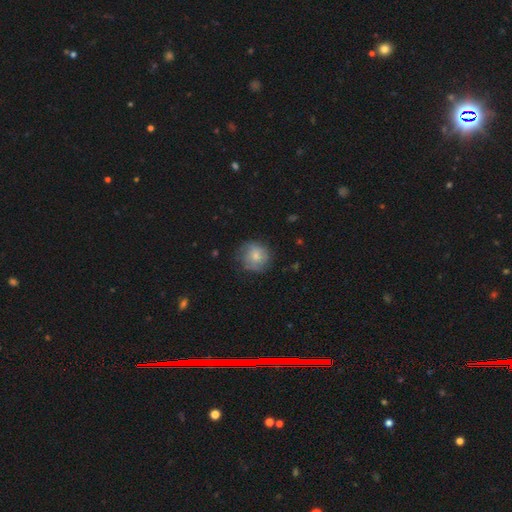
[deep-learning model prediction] The model was most divided on "smooth or featured": smooth: 69%, featured or disk: 23%, star or artifact: 8%. More confident: how rounded — round (89%); merging — none (72%).